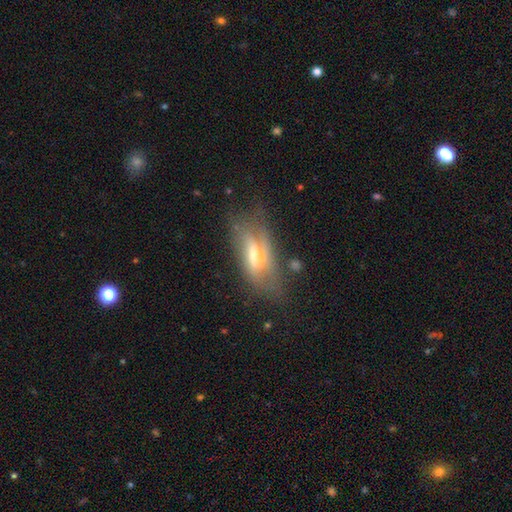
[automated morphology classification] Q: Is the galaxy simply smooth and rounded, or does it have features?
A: featured or disk — 49%.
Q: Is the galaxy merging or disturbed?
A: none — 47%.